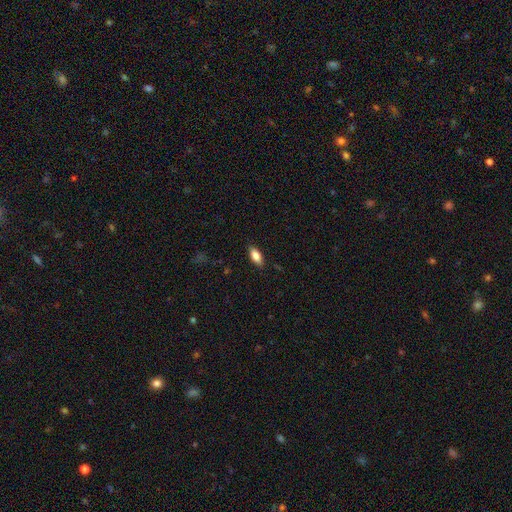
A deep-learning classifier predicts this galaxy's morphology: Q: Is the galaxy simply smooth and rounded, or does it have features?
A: smooth — 84%.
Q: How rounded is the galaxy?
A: in between — 86%.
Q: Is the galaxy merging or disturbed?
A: none — 87%.